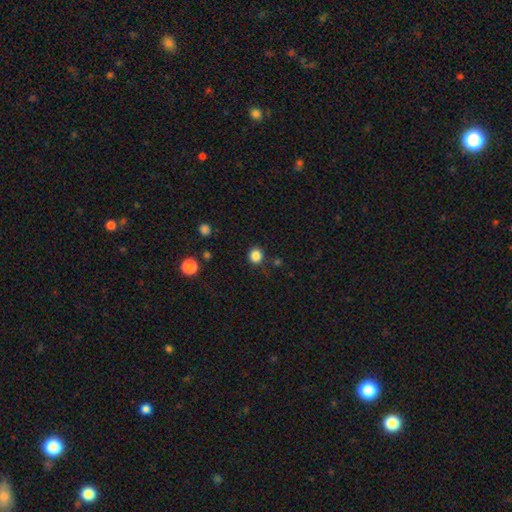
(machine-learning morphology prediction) type=smooth (85%); roundness=round (86%); merging=none (86%).